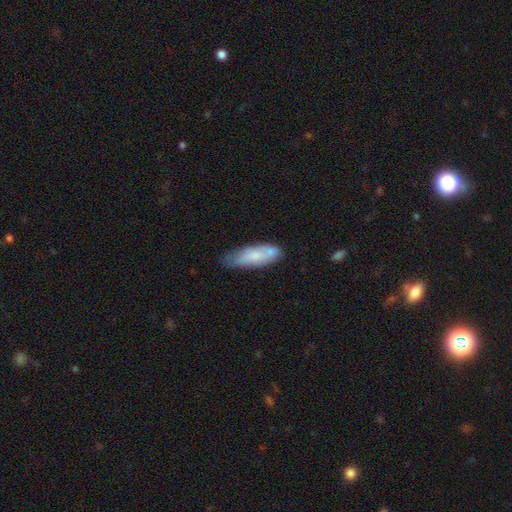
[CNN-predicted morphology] Smooth or featured? Predicted: smooth (p=0.65). How rounded? Predicted: in between (p=0.59). Merging? Predicted: none (p=0.52).